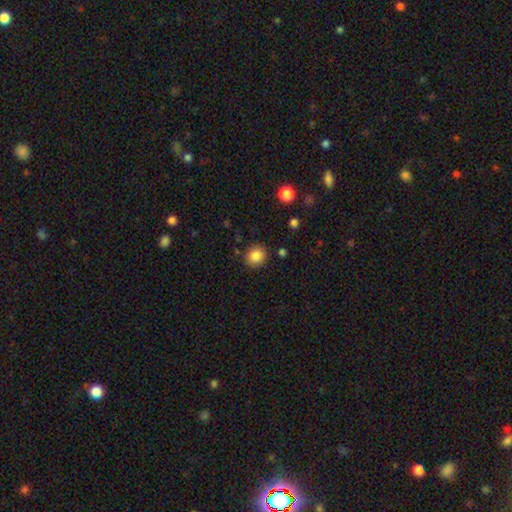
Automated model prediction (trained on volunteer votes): Smooth or featured? Predicted: smooth (p=0.86). How rounded? Predicted: round (p=0.82). Merging? Predicted: none (p=0.86).